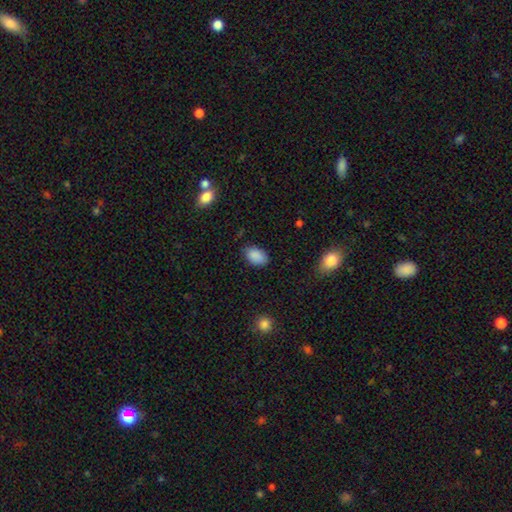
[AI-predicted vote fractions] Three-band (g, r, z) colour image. It shows a smooth galaxy with no disk features (88%) that is in between round and cigar-shaped (89%). Merging: none (81%).